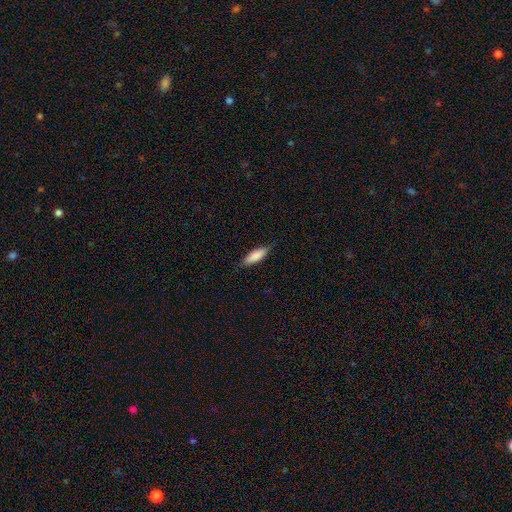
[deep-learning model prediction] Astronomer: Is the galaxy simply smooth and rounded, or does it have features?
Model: smooth — 84%.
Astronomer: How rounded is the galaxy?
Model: in between — 54% (runner-up: cigar-shaped, 44%).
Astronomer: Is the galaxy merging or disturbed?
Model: none — 81%.